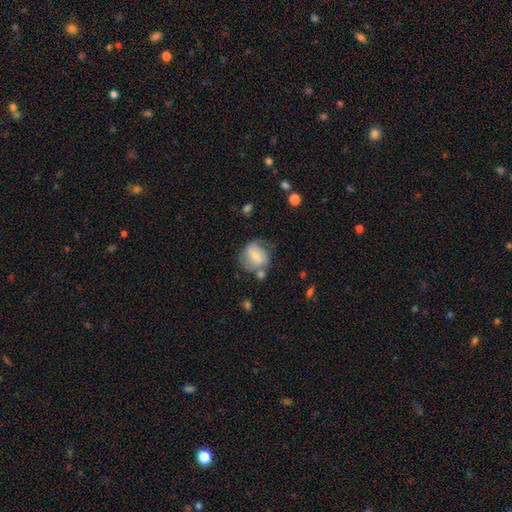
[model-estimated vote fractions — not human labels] Morphology: type=smooth (57%); roundness=round (69%); merging=none (52%).